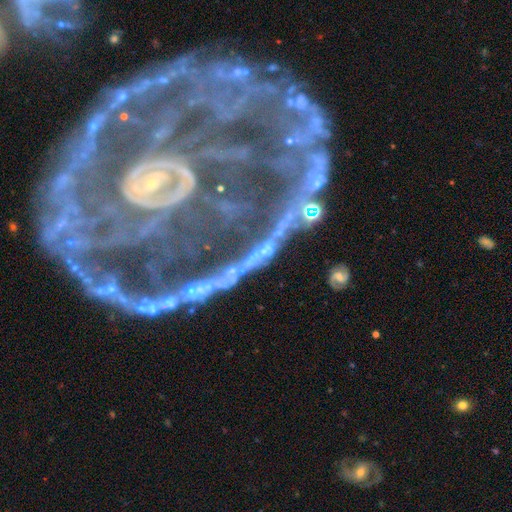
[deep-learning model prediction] Smooth or featured? featured or disk (43%)
Merging? merger (36%)